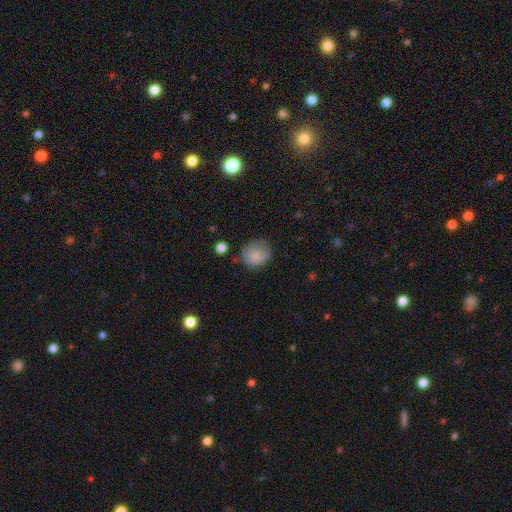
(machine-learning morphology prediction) Smooth or featured: smooth — 76% (featured or disk — 15%)
How rounded: round — 78% (in between — 21%)
Merging: none — 63% (minor disturbance — 26%)